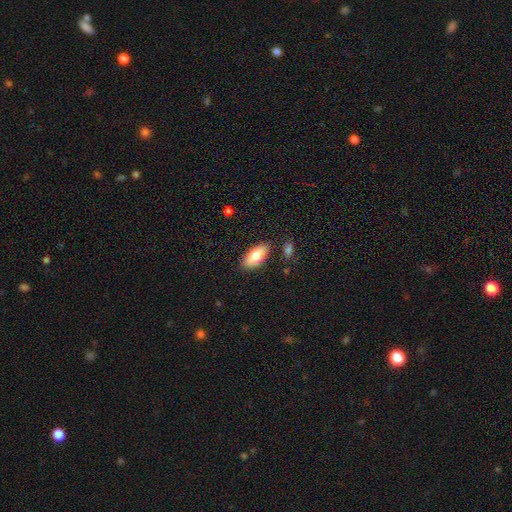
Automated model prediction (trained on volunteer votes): Smooth or featured: smooth — 76% (featured or disk — 17%)
How rounded: in between — 90% (cigar-shaped — 8%)
Merging: none — 85% (minor disturbance — 10%)